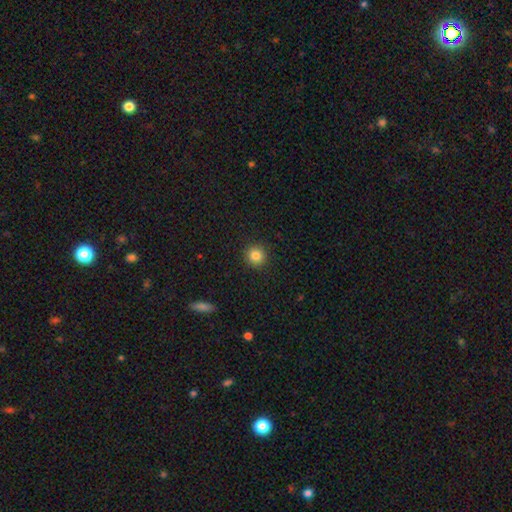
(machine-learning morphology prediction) Smooth or featured?
  - smooth: 84% *
  - star or artifact: 11%
  - featured or disk: 5%
How rounded?
  - round: 94% *
  - in between: 6%
  - cigar-shaped: 1%
Merging?
  - none: 92% *
  - minor disturbance: 5%
  - major disturbance: 2%
  - merger: 1%